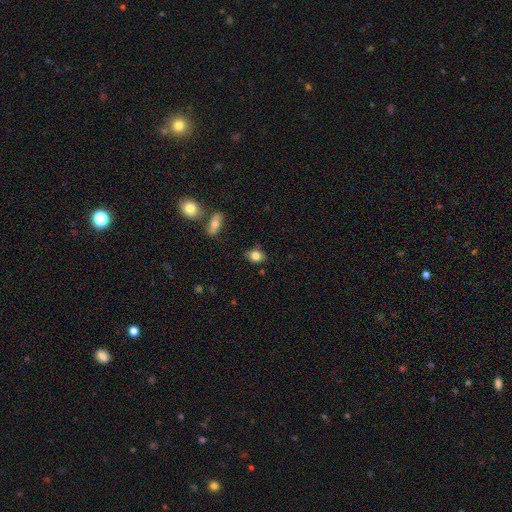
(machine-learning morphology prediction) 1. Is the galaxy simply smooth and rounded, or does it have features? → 82% smooth, 9% featured or disk, 9% star or artifact.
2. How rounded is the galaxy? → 64% in between, 34% round, 2% cigar-shaped.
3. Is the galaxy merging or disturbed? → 77% none, 17% minor disturbance, 3% major disturbance, 3% merger.